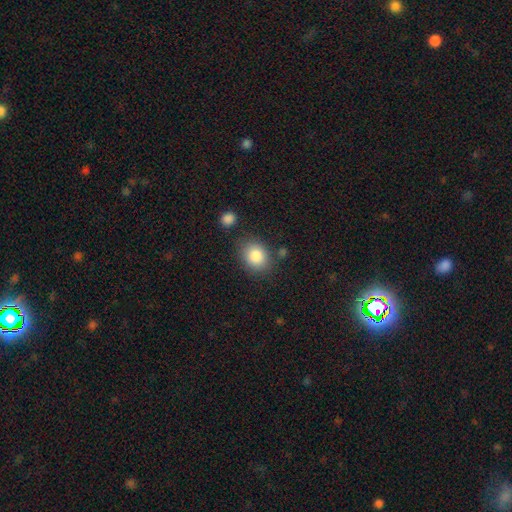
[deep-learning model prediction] Smooth or featured? smooth (85%)
How rounded? round (53%)
Merging? none (77%)